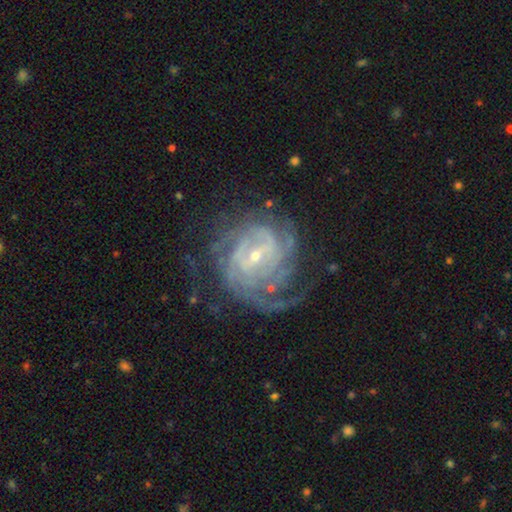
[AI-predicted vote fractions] Smooth or featured? featured or disk (89%)
Edge-on disk? no (97%)
Bar? weak (49%)
Spiral arms? yes (97%)
Spiral winding? tight (65%)
Spiral arm count? can't tell (29%)
Bulge size? small (76%)
Merging? none (63%)